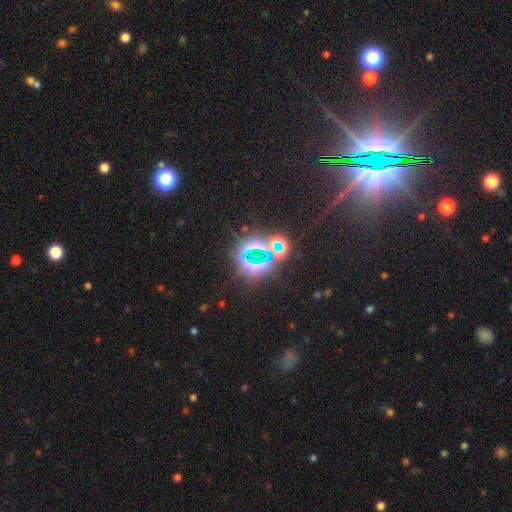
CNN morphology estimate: Smooth or featured? star or artifact (81%)